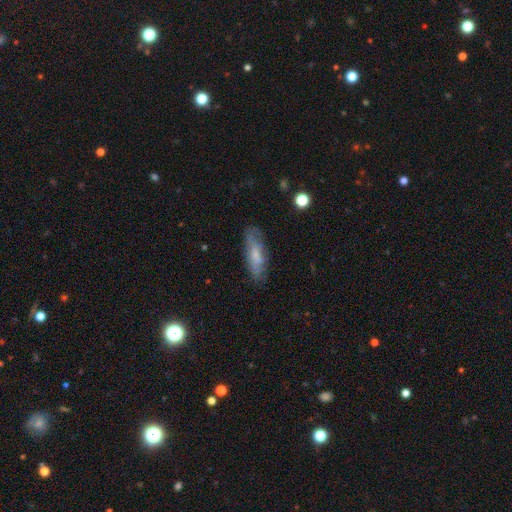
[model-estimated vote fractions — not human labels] Q: Smooth or featured?
A: smooth (56%); runner-up: featured or disk (36%)
Q: How rounded?
A: in between (54%); runner-up: cigar-shaped (44%)
Q: Merging?
A: none (72%); runner-up: minor disturbance (20%)